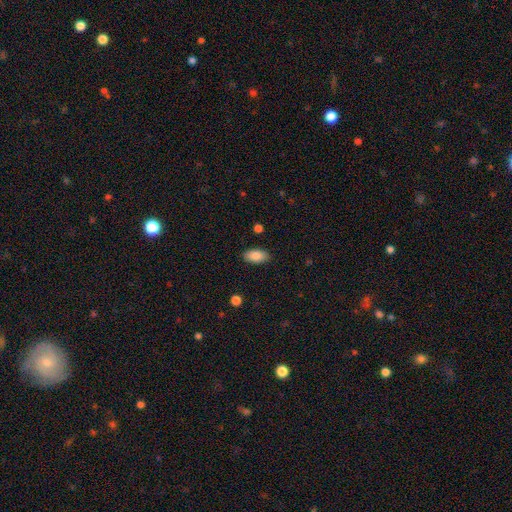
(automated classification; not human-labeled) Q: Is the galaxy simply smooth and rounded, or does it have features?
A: smooth — 88%.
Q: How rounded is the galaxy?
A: in between — 93%.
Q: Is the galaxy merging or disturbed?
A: none — 87%.